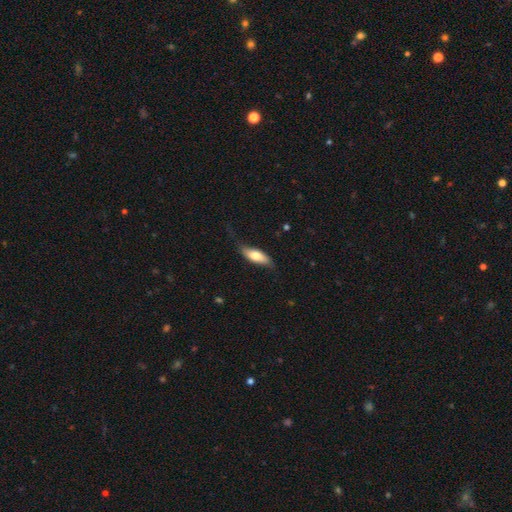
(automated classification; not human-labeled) Morphology: type=smooth (70%); roundness=in between (72%); merging=none (62%).